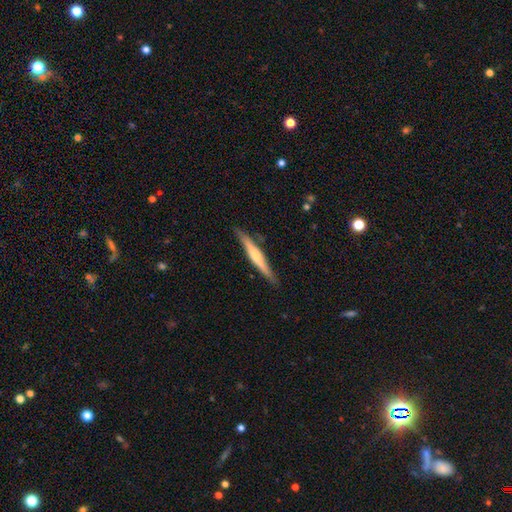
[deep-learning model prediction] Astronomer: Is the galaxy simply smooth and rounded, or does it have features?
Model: featured or disk — 63%.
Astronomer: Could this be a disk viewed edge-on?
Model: yes — 96%.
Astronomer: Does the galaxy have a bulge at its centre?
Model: rounded — 79%.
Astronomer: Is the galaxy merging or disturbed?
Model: none — 86%.